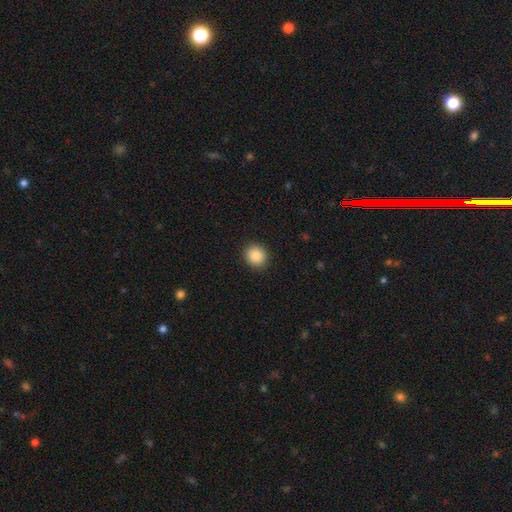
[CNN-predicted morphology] Smooth or featured? Predicted: smooth (p=0.88). How rounded? Predicted: round (p=0.84). Merging? Predicted: none (p=0.92).